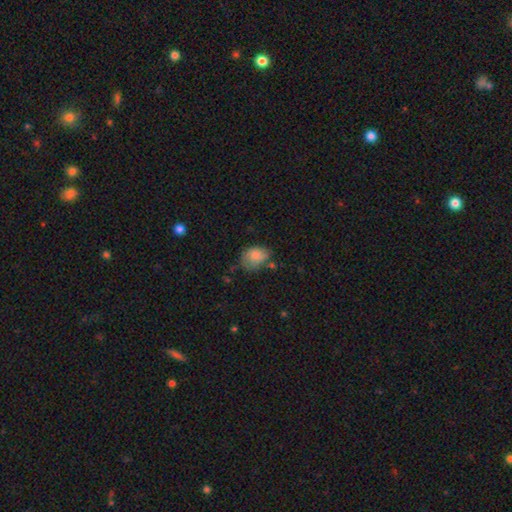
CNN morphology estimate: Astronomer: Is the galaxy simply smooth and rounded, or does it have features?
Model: smooth — 81%.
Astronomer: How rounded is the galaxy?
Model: in between — 62%.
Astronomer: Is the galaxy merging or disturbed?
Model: none — 47% (runner-up: minor disturbance, 34%).